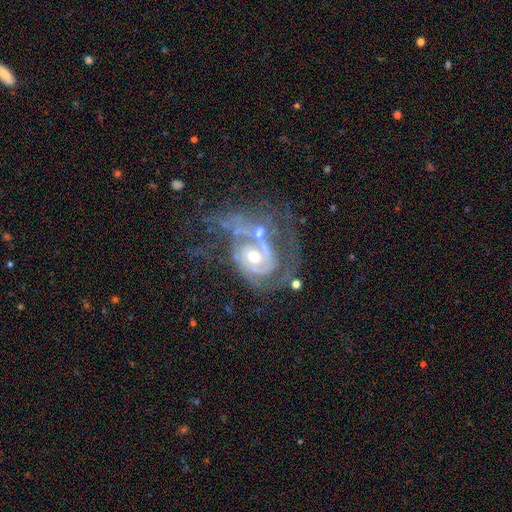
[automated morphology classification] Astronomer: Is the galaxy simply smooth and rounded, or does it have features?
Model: featured or disk — 85%.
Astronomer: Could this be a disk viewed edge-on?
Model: no — 97%.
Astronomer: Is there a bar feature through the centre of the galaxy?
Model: no — 70%.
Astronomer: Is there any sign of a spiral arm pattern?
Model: yes — 88%.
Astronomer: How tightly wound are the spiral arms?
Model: tight — 50% (runner-up: medium, 34%).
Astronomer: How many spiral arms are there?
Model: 2 — 41% (runner-up: can't tell, 29%).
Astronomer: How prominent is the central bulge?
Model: moderate — 59%.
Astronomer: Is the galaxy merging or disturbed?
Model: merger — 33% (runner-up: major disturbance, 31%).